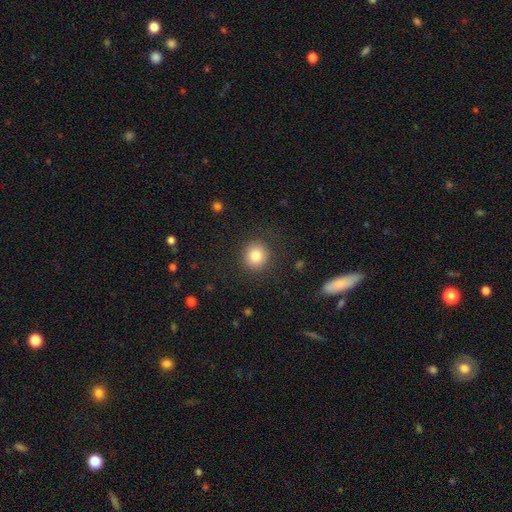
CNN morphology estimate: The model was most divided on "smooth or featured": smooth: 82%, star or artifact: 10%, featured or disk: 8%. More confident: how rounded — round (90%); merging — none (88%).